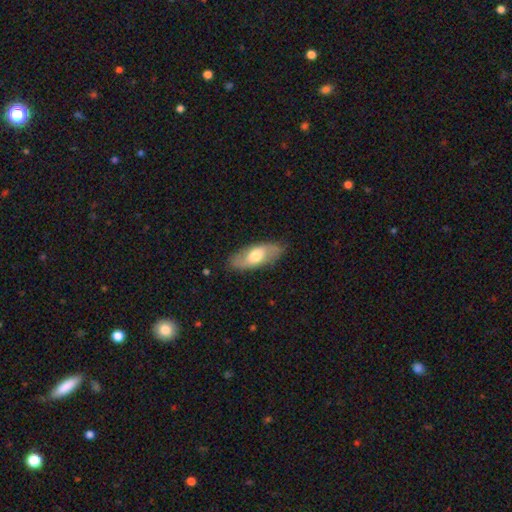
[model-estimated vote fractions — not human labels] A smooth galaxy with no disk features (50%) that is in between round and cigar-shaped (82%). Merging: none (83%).